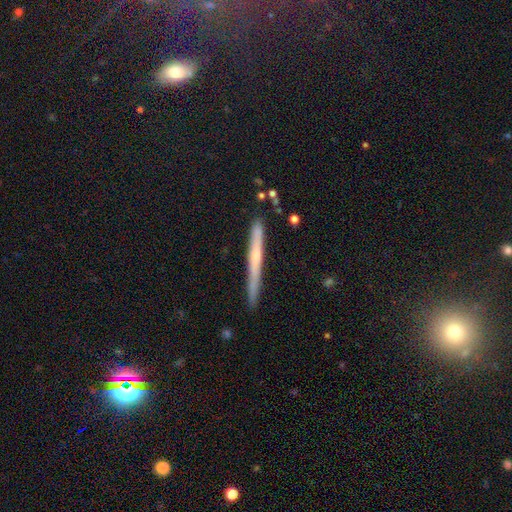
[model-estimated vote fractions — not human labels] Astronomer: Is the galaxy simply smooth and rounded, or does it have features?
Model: featured or disk — 59% (runner-up: smooth, 35%).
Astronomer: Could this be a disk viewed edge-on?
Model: yes — 96%.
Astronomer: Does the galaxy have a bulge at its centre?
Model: rounded — 51% (runner-up: none, 45%).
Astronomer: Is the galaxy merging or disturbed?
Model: none — 84%.